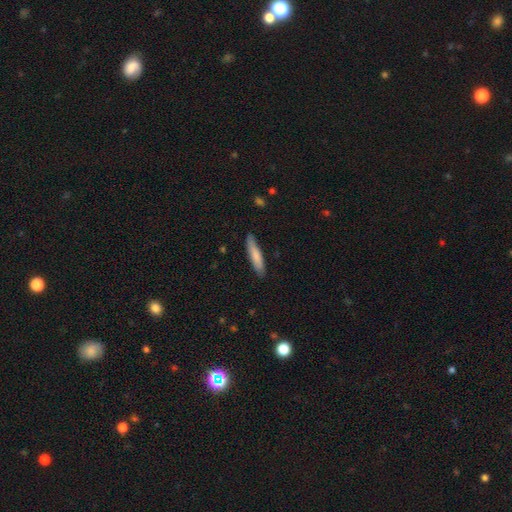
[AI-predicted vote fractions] A smooth galaxy with no disk features (78%) that is cigar-shaped (85%).

Vote fractions:
- Smooth or featured? smooth: 78% / featured or disk: 16% / star or artifact: 5%
- How rounded? cigar-shaped: 85% / in between: 14% / round: 1%
- Merging? none: 85% / minor disturbance: 12% / major disturbance: 2% / merger: 1%